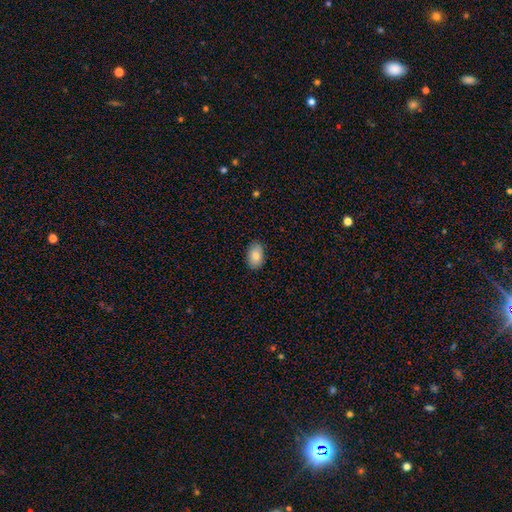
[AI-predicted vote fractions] This is clearly a smooth galaxy (84%). How rounded: clearly in between (91%). Merging: clearly none (88%).